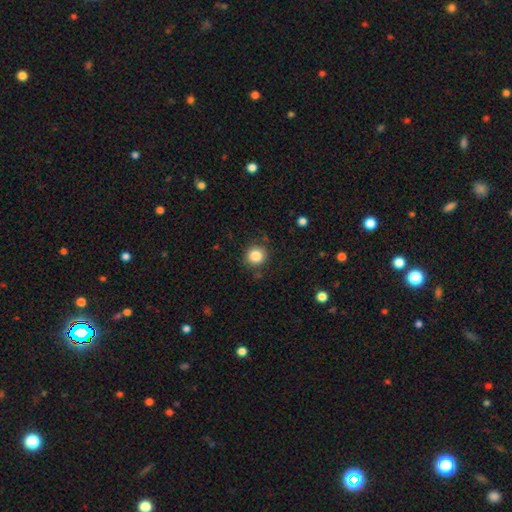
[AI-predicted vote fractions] smooth-or-featured: smooth: 84% | star or artifact: 11% | featured or disk: 5%
  how-rounded: round: 91% | in between: 8% | cigar-shaped: 1%
  merging: none: 87% | minor disturbance: 9% | major disturbance: 3% | merger: 2%